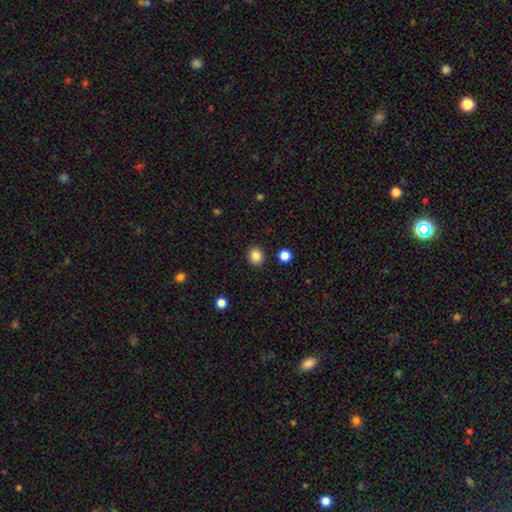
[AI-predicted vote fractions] smooth-or-featured: smooth: 85% | star or artifact: 11% | featured or disk: 4%
  how-rounded: round: 73% | in between: 26% | cigar-shaped: 1%
  merging: none: 90% | minor disturbance: 6% | major disturbance: 2% | merger: 2%